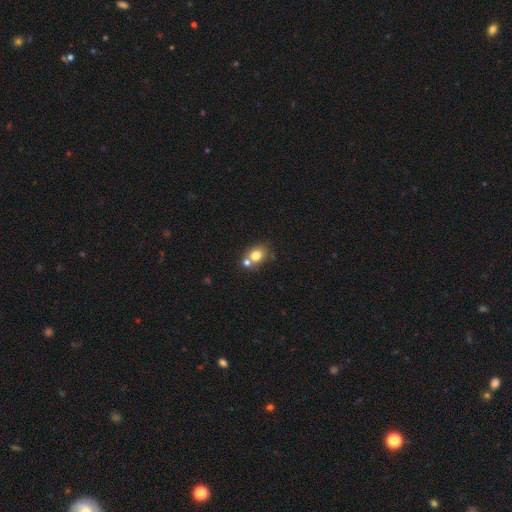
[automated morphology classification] Q: Smooth or featured?
A: smooth (75%); runner-up: featured or disk (13%)
Q: How rounded?
A: round (59%); runner-up: in between (40%)
Q: Merging?
A: none (48%); runner-up: merger (39%)